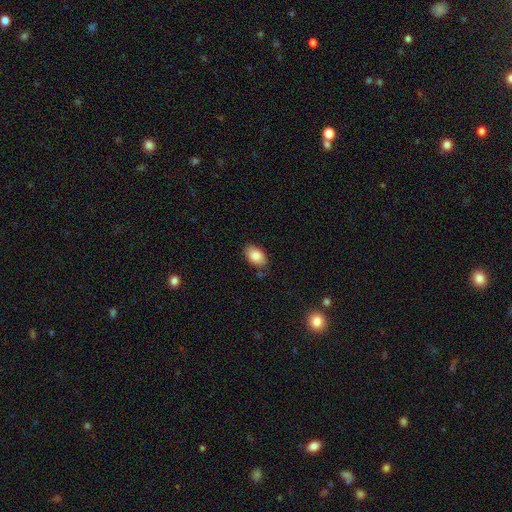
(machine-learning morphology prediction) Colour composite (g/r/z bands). It shows a smooth galaxy with no disk features (85%) that is in between round and cigar-shaped (91%). Merging: none (79%).